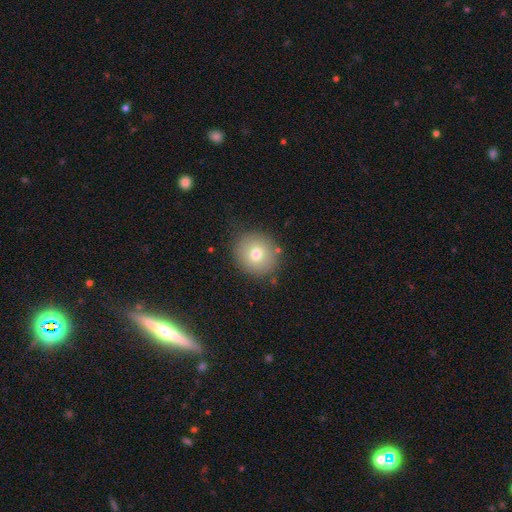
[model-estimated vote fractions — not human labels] smooth 75%, featured or disk 14%, star or artifact 11%. Down the decision tree: how rounded — round (86%); merging — none (85%).